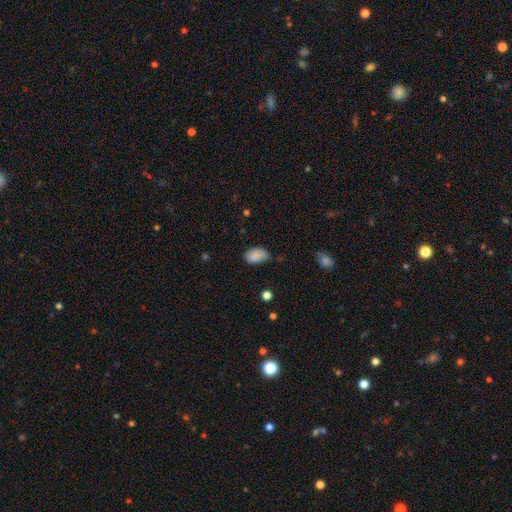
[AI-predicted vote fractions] Smooth or featured: smooth — 86% (star or artifact — 9%)
How rounded: in between — 92% (round — 7%)
Merging: none — 54% (minor disturbance — 36%)